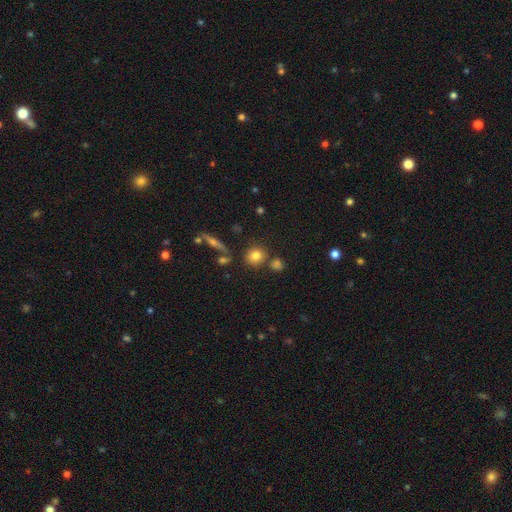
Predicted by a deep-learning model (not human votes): A smooth galaxy with no disk features (78%) that is round (84%). Merging: none (76%).